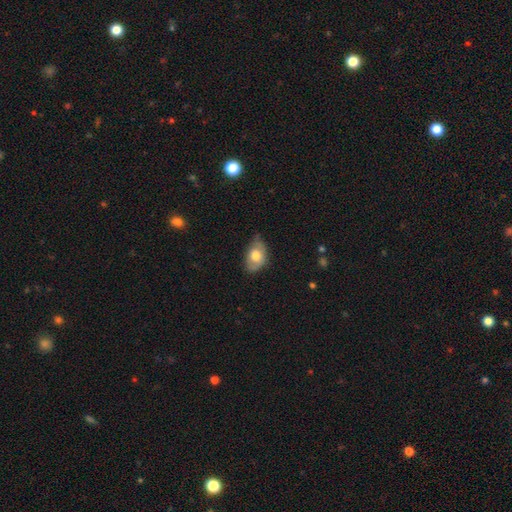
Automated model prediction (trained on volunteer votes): Morphology: type=smooth (65%); roundness=in between (86%); merging=none (53%).